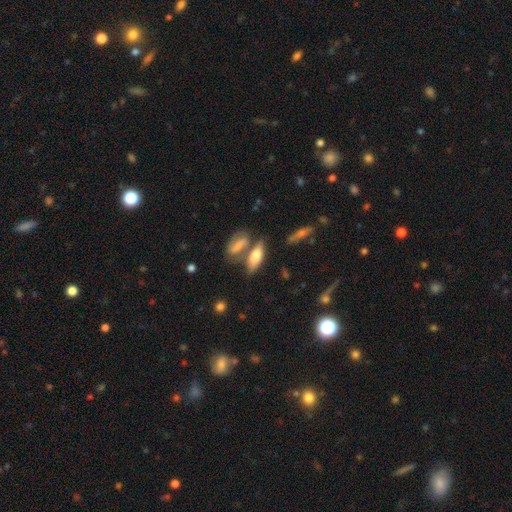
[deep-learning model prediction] A smooth galaxy with no disk features (68%) that is in between round and cigar-shaped (64%). Merging: none (44%).